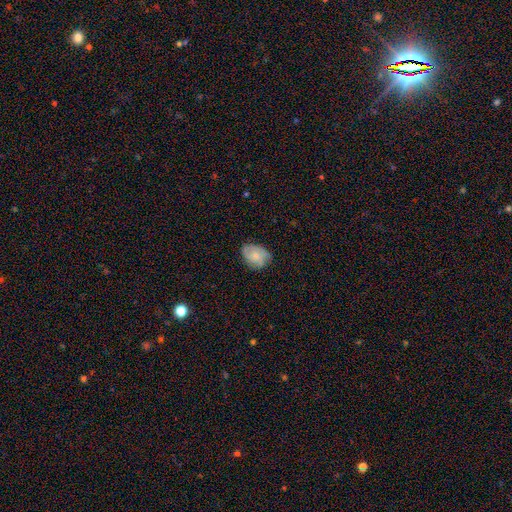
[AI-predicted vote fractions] Smooth or featured?
  - smooth: 51% *
  - featured or disk: 41%
  - star or artifact: 8%
How rounded?
  - in between: 69% *
  - round: 30%
  - cigar-shaped: 1%
Merging?
  - none: 70% *
  - minor disturbance: 23%
  - major disturbance: 6%
  - merger: 1%